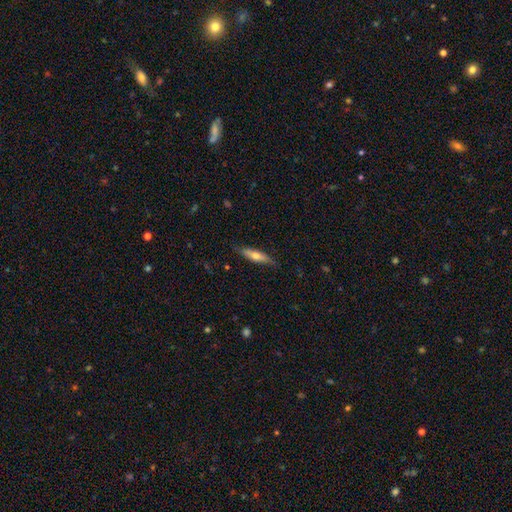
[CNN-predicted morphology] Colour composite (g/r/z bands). It shows a smooth galaxy with no disk features (57%) that is cigar-shaped (72%). Merging: none (83%).